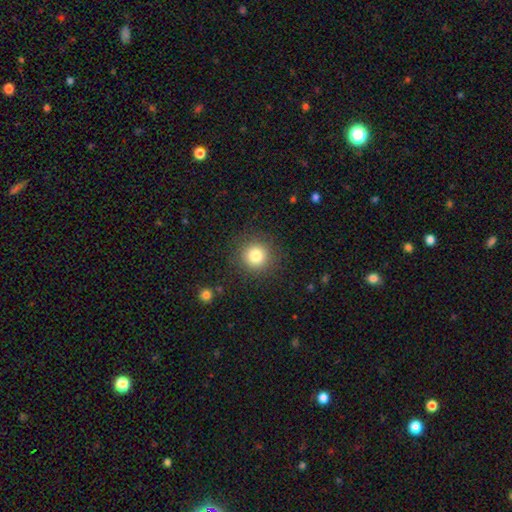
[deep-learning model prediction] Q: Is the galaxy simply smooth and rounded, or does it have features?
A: smooth — 82%.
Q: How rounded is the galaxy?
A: round — 94%.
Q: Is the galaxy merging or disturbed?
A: none — 89%.